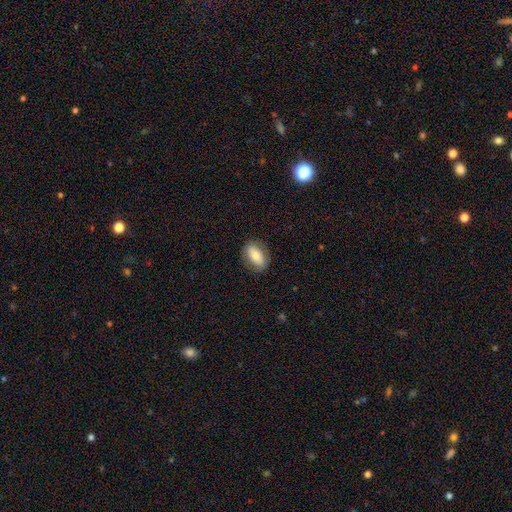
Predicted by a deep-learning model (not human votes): smooth_or_featured: smooth (p=0.73) [alt: featured or disk p=0.20]
how_rounded: in between (p=0.85) [alt: round p=0.09]
merging: none (p=0.83) [alt: minor disturbance p=0.12]